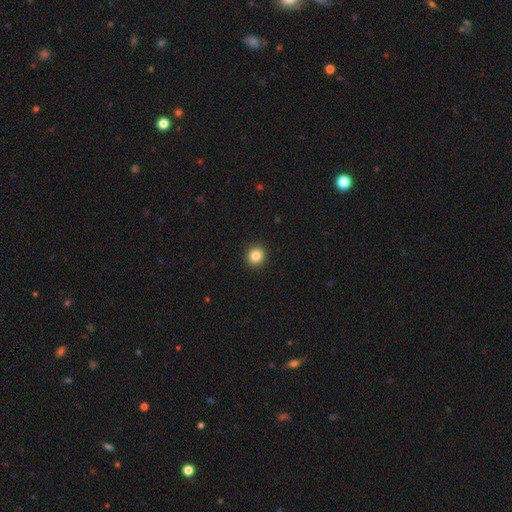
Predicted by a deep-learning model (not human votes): A smooth galaxy with no disk features (84%) that is round (90%). Merging: none (92%).